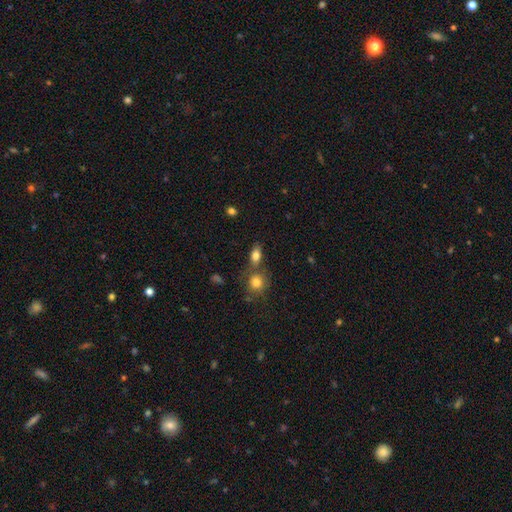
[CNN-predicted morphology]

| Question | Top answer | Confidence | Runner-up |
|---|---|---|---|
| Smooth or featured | smooth | 80% | featured or disk (10%) |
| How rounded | in between | 81% | round (13%) |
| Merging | none | 57% | merger (28%) |